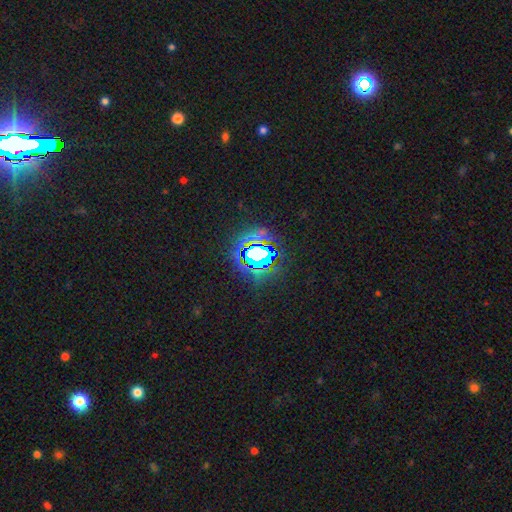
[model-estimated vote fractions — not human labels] This appears to be a star or artifact, not a galaxy (67%).